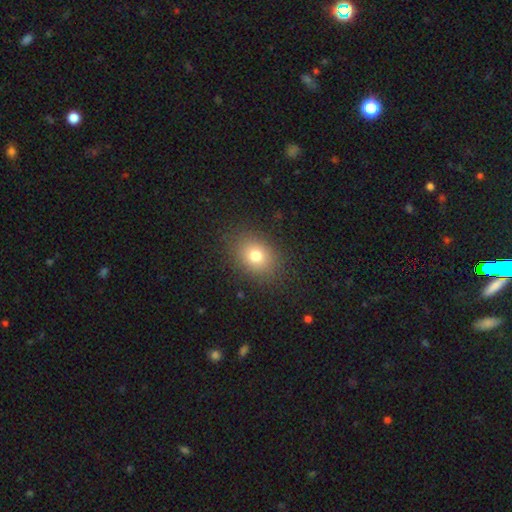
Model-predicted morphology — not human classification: smooth 76%, star or artifact 14%, featured or disk 10%. Down the decision tree: how rounded — in between (54%); merging — none (86%).